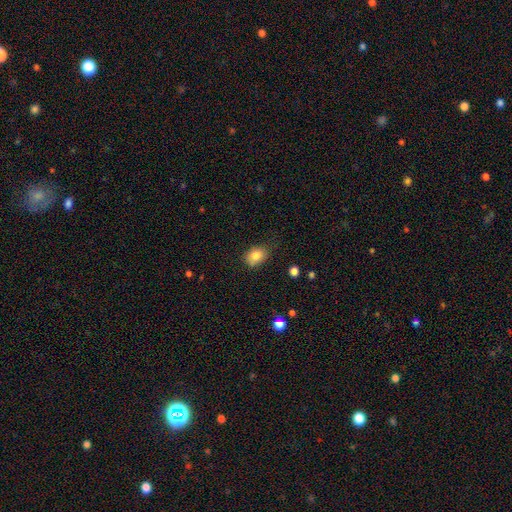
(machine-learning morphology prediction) Smooth or featured: smooth — 83% (star or artifact — 9%)
How rounded: in between — 68% (round — 31%)
Merging: none — 69% (minor disturbance — 24%)